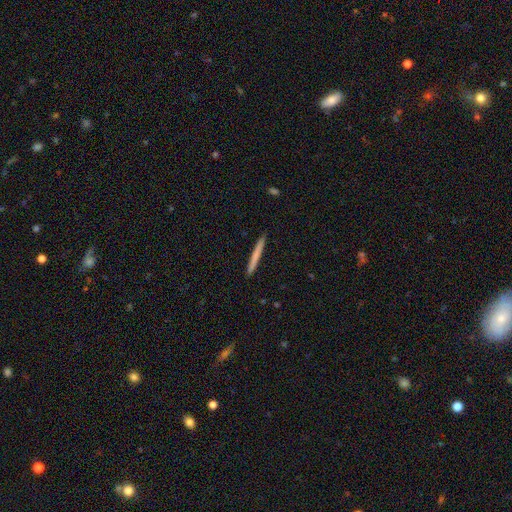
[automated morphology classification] Smooth or featured?
  - smooth: 69% *
  - featured or disk: 26%
  - star or artifact: 5%
How rounded?
  - cigar-shaped: 97% *
  - in between: 2%
  - round: 1%
Merging?
  - none: 93% *
  - minor disturbance: 5%
  - major disturbance: 1%
  - merger: 1%